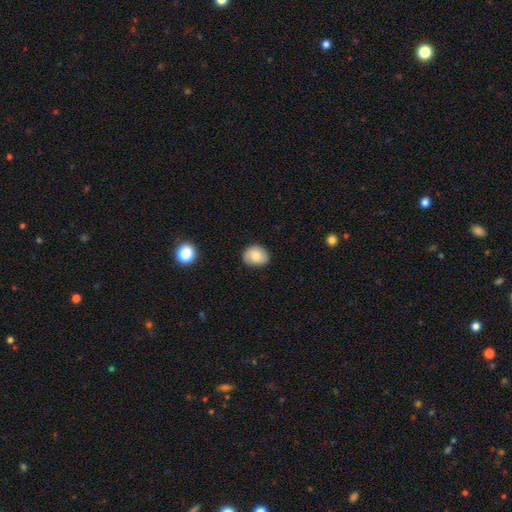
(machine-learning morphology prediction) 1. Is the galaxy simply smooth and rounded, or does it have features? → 77% smooth, 15% featured or disk, 8% star or artifact.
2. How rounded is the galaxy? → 53% round, 47% in between, 1% cigar-shaped.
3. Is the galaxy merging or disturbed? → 82% none, 14% minor disturbance, 3% major disturbance, 1% merger.